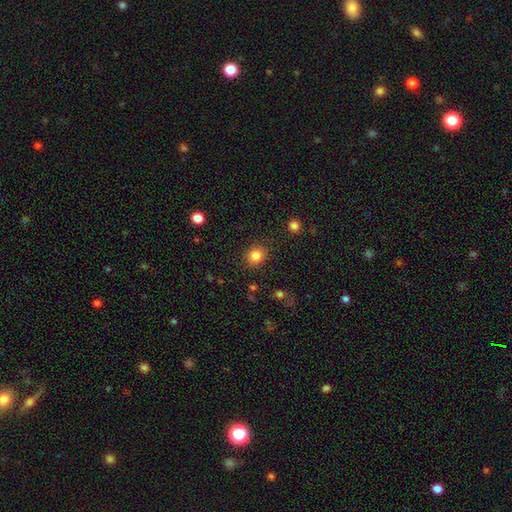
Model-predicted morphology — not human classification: A smooth galaxy with no disk features (84%) that is round (76%). Merging: none (87%).